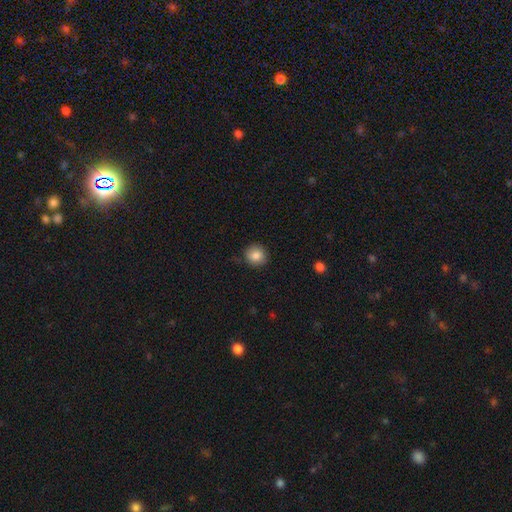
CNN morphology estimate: Q: Smooth or featured?
A: smooth (85%); runner-up: star or artifact (9%)
Q: How rounded?
A: round (91%); runner-up: in between (8%)
Q: Merging?
A: none (86%); runner-up: minor disturbance (10%)